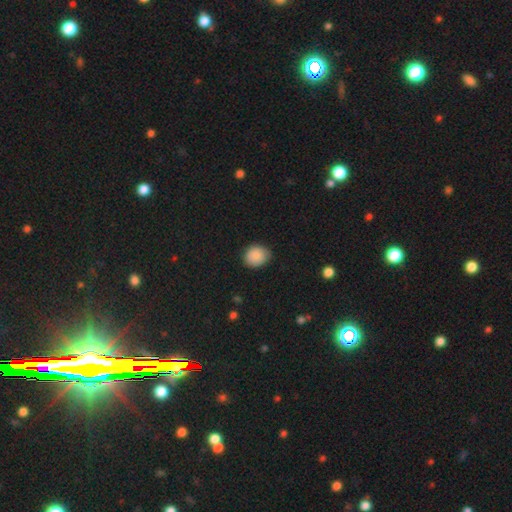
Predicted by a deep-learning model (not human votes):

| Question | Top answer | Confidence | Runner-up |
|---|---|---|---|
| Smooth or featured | smooth | 87% | star or artifact (8%) |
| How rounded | round | 64% | in between (35%) |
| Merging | none | 77% | minor disturbance (19%) |